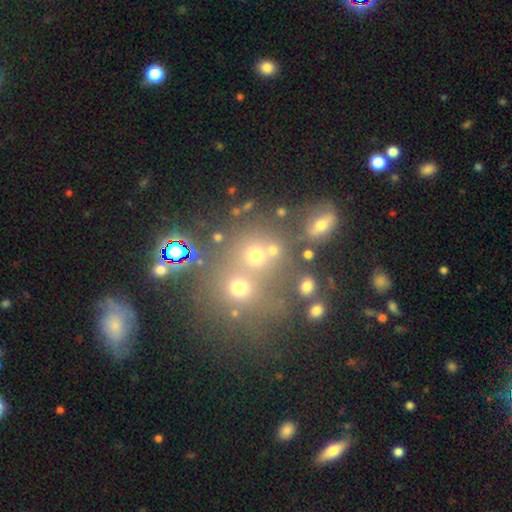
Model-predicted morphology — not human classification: A smooth galaxy with no disk features (66%) that is round (83%). Merging: none (52%).